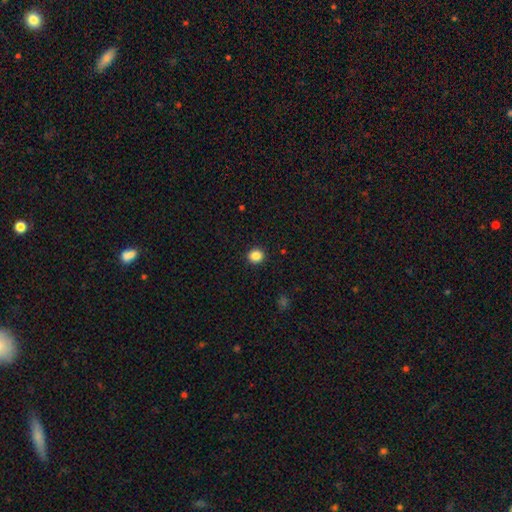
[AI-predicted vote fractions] This is clearly a smooth galaxy (86%). How rounded: clearly round (87%). Merging: clearly none (93%).